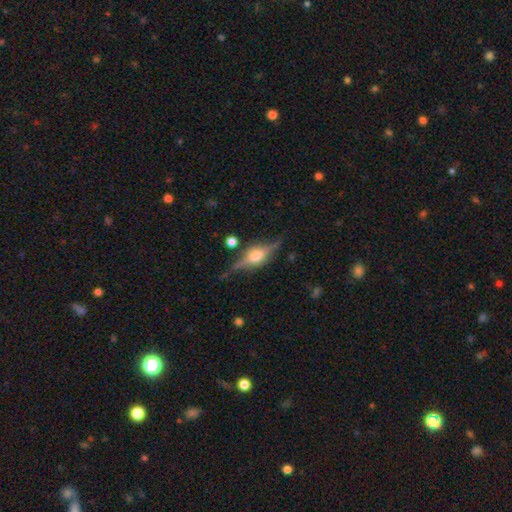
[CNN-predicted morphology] This is likely a featured or disk galaxy (80%). It is clearly viewed edge-on (95%). Edge-on bulge: clearly rounded (89%). Merging: likely none (80%).